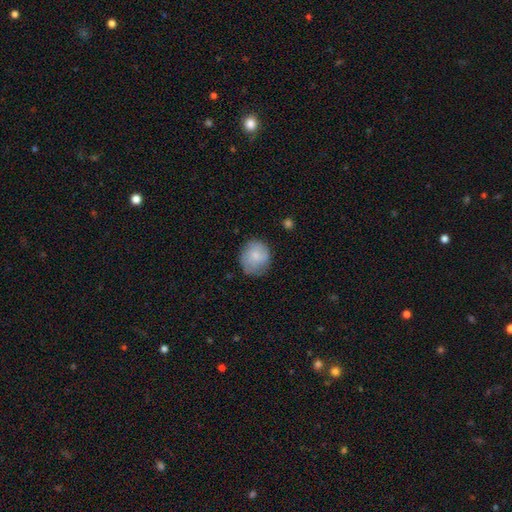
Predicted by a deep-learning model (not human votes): Q: Smooth or featured?
A: smooth (78%); runner-up: featured or disk (15%)
Q: How rounded?
A: round (76%); runner-up: in between (23%)
Q: Merging?
A: none (69%); runner-up: minor disturbance (24%)